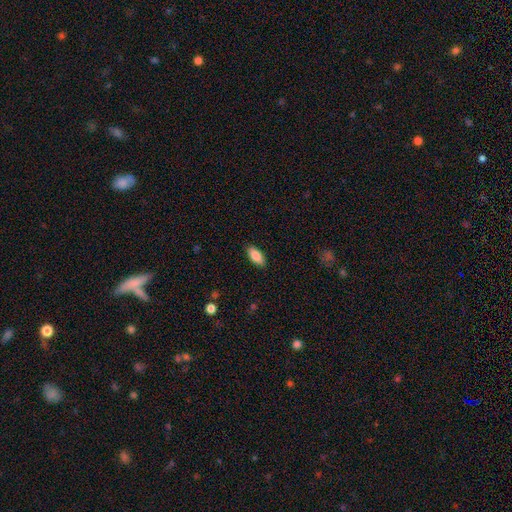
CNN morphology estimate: type=smooth (85%); roundness=in between (85%); merging=none (87%).